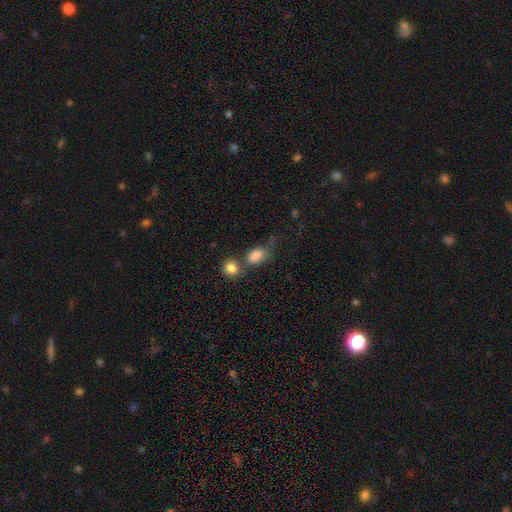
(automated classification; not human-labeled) Q: Smooth or featured?
A: smooth (83%); runner-up: star or artifact (9%)
Q: How rounded?
A: in between (78%); runner-up: round (20%)
Q: Merging?
A: none (49%); runner-up: merger (31%)